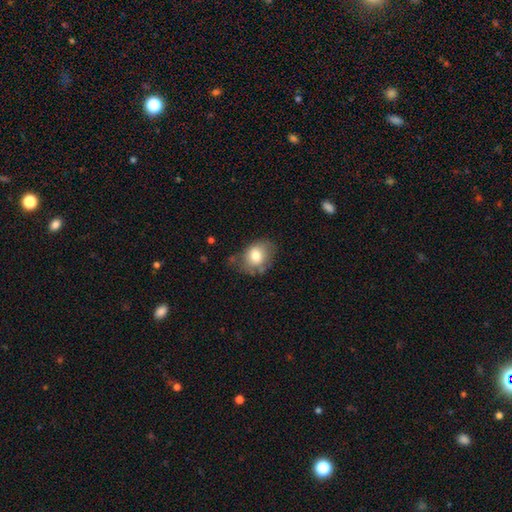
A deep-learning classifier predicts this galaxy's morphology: smooth 76%, featured or disk 16%, star or artifact 8%. Down the decision tree: how rounded — in between (62%); merging — none (59%).